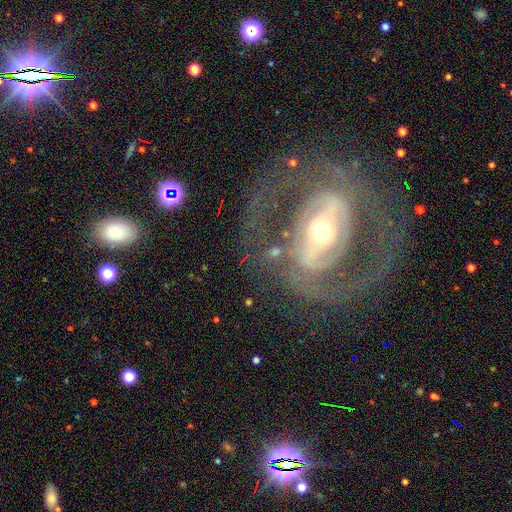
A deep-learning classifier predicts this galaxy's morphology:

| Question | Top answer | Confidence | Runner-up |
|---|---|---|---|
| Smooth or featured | featured or disk | 83% | smooth (11%) |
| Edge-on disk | no | 95% | yes (5%) |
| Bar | strong | 50% | weak (27%) |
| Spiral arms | yes | 73% | no (27%) |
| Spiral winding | medium | 45% | tight (37%) |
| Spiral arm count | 2 | 78% | can't tell (12%) |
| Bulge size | moderate | 49% | small (42%) |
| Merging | none | 68% | major disturbance (17%) |